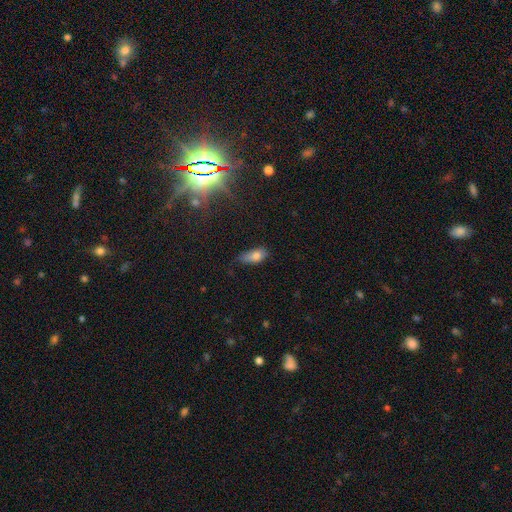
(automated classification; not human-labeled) The model was most divided on "merging": none: 49%, minor disturbance: 37%, major disturbance: 12%, merger: 3%. More confident: how rounded — in between (84%); smooth or featured — smooth (78%).